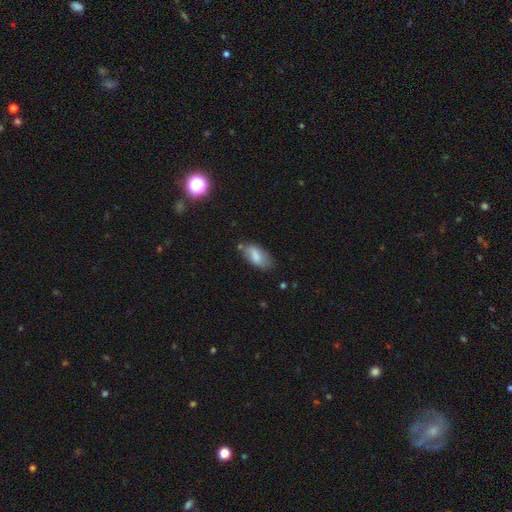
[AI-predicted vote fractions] A smooth galaxy with no disk features (78%) that is in between round and cigar-shaped (90%).

Vote fractions:
- Smooth or featured? smooth: 78% / featured or disk: 14% / star or artifact: 7%
- How rounded? in between: 90% / cigar-shaped: 7% / round: 3%
- Merging? none: 66% / minor disturbance: 24% / major disturbance: 5% / merger: 5%